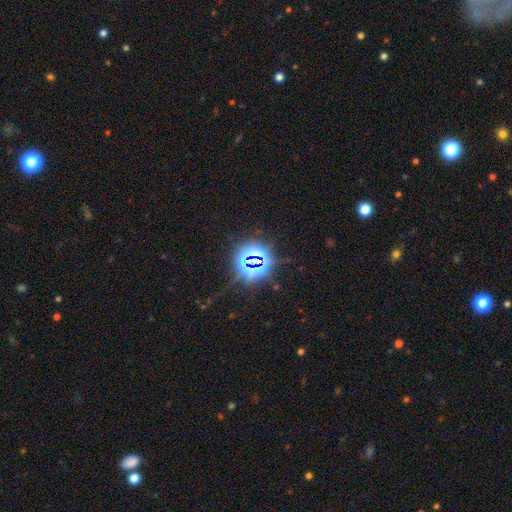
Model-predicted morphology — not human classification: smooth_or_featured: star or artifact (p=0.80) [alt: smooth p=0.12]